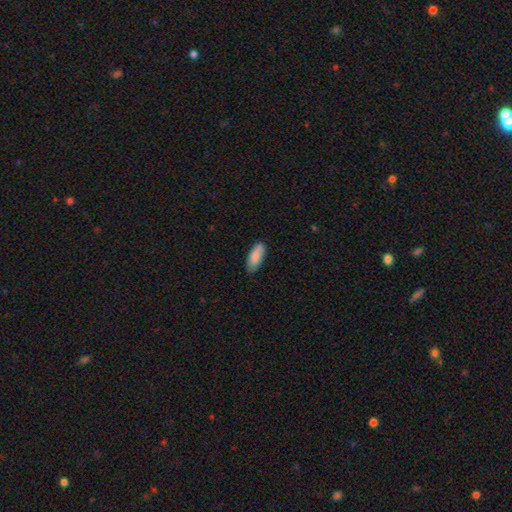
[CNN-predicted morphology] Smooth or featured?
  - smooth: 86% *
  - featured or disk: 8%
  - star or artifact: 6%
How rounded?
  - in between: 77% *
  - cigar-shaped: 21%
  - round: 2%
Merging?
  - none: 78% *
  - minor disturbance: 17%
  - major disturbance: 3%
  - merger: 2%